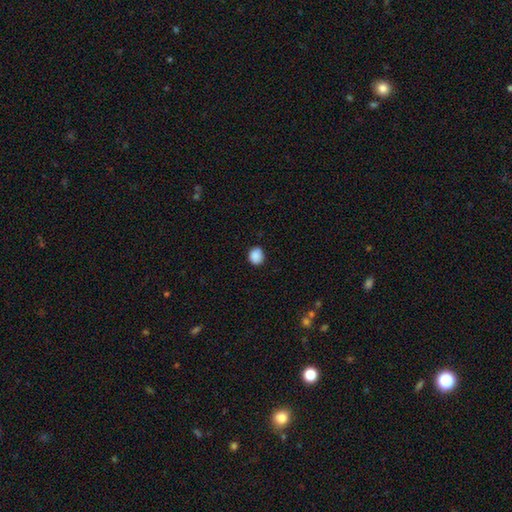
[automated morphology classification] Smooth or featured? smooth (89%)
How rounded? round (75%)
Merging? none (86%)